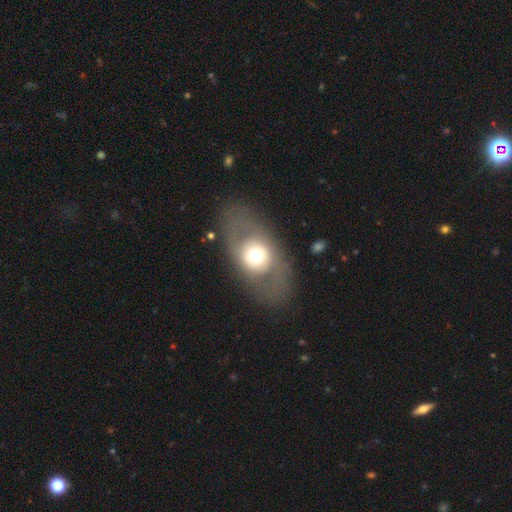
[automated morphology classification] Overall: smooth (48%; featured or disk 45%). Merging: none (76%).